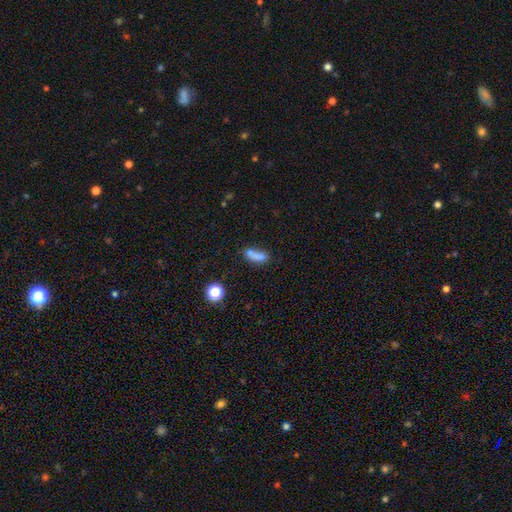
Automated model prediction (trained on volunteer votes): Morphology: type=smooth (68%); roundness=in between (58%); merging=none (41%).